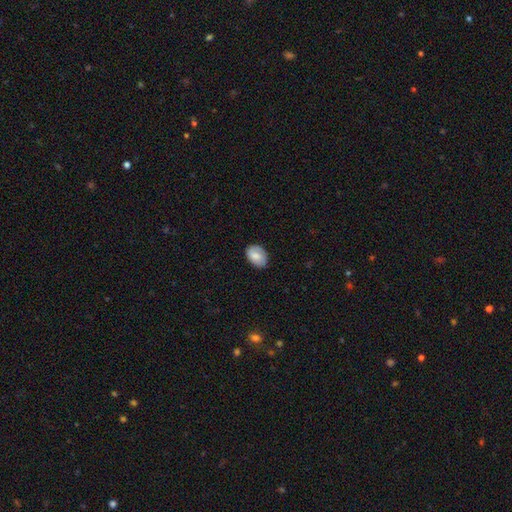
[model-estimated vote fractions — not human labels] Smooth or featured? Predicted: smooth (p=0.70). How rounded? Predicted: in between (p=0.82). Merging? Predicted: none (p=0.78).